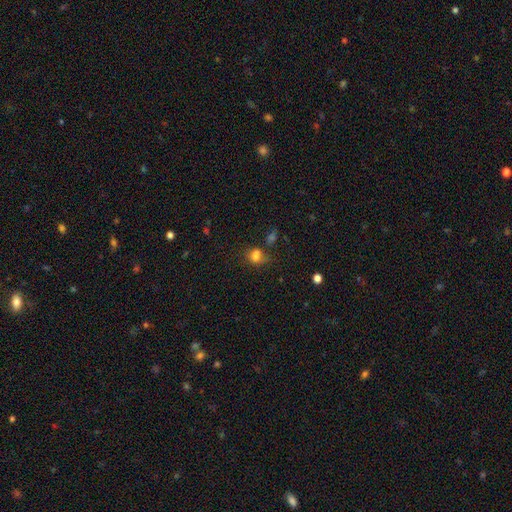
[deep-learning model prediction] This is likely a smooth galaxy (77%). How rounded: possibly round (58%). Merging: possibly none (49%).